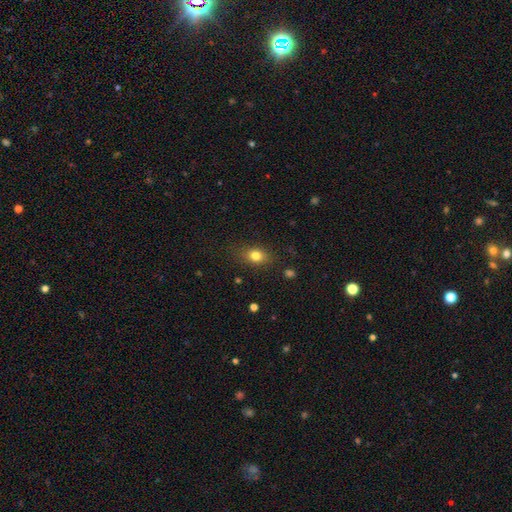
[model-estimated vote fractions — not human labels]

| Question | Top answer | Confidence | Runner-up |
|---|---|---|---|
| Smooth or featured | smooth | 80% | star or artifact (11%) |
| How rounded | in between | 66% | round (31%) |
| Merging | none | 81% | minor disturbance (14%) |